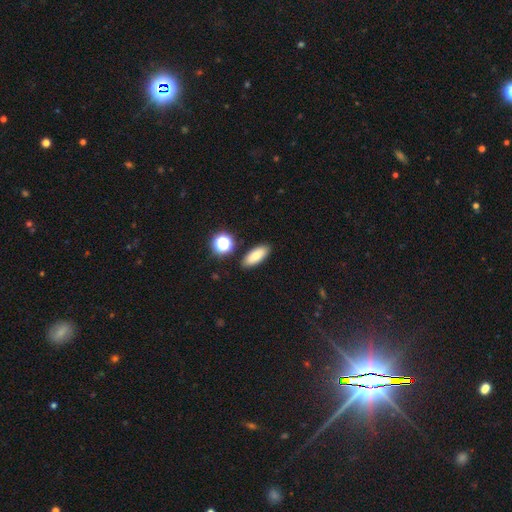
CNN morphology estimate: type=smooth (80%); roundness=in between (76%); merging=none (87%).